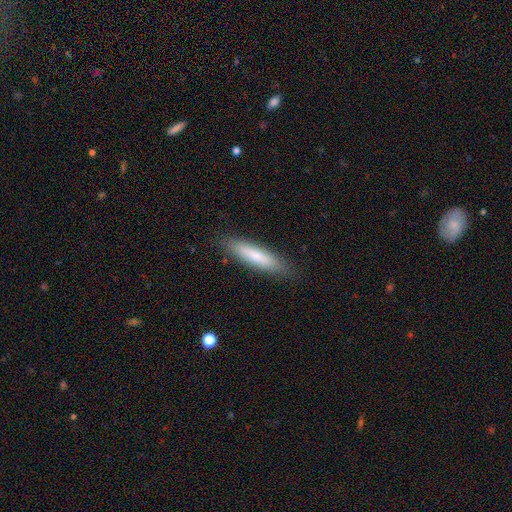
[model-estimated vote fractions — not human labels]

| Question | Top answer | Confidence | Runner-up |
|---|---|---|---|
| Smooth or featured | smooth | 75% | featured or disk (19%) |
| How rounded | cigar-shaped | 81% | in between (18%) |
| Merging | none | 87% | minor disturbance (10%) |